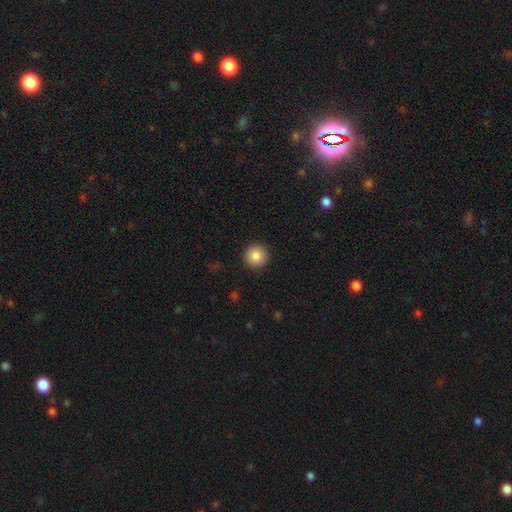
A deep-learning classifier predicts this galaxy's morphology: Smooth or featured? Predicted: smooth (p=0.87). How rounded? Predicted: round (p=0.96). Merging? Predicted: none (p=0.93).